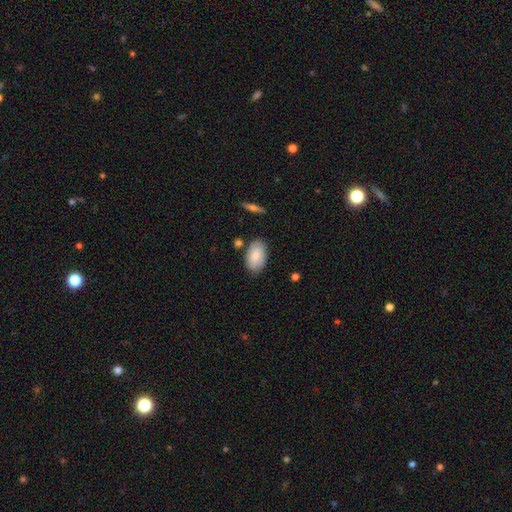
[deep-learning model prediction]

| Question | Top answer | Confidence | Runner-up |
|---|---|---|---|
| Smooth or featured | smooth | 70% | featured or disk (23%) |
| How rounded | in between | 92% | round (6%) |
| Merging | none | 76% | minor disturbance (16%) |